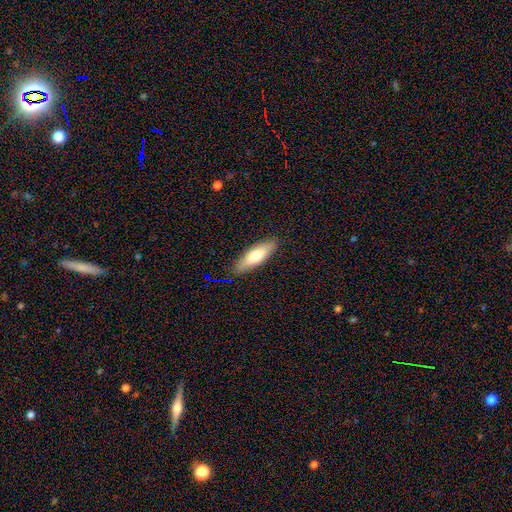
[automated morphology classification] This is likely a smooth galaxy (72%). How rounded: possibly cigar-shaped (55%). Merging: clearly none (88%).